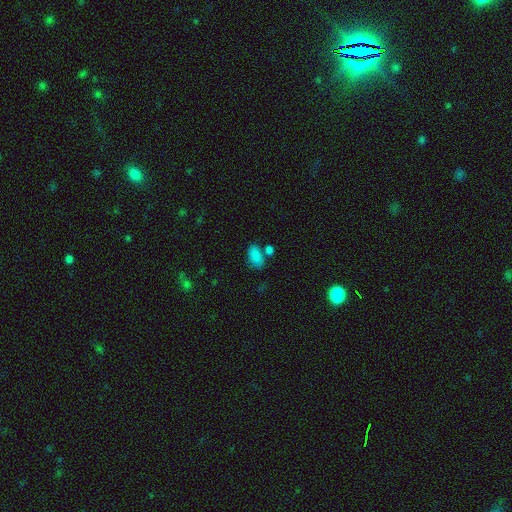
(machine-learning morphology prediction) Overall: smooth (84%). How rounded: in between (91%). Merging: none (61%).